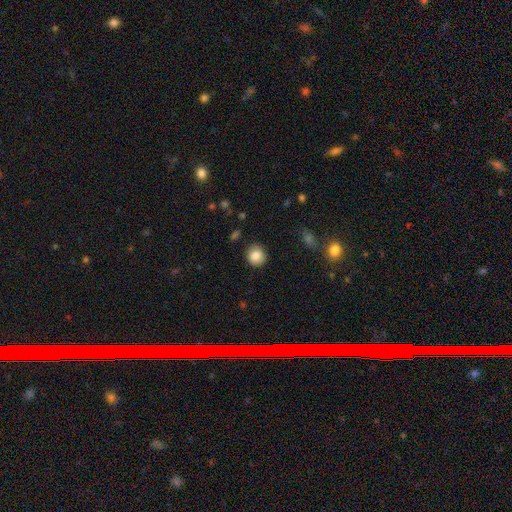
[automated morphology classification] smooth 85%, star or artifact 9%, featured or disk 6%. Down the decision tree: how rounded — round (85%); merging — none (87%).